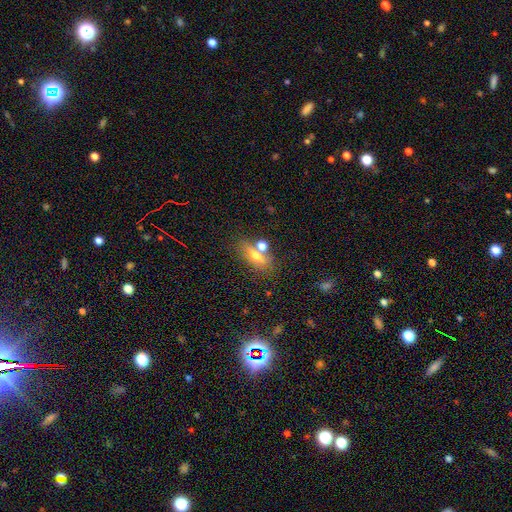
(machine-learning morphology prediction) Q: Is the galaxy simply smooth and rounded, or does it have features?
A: smooth — 56%.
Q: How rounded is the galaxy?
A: in between — 63%.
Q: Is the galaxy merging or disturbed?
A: none — 63%.